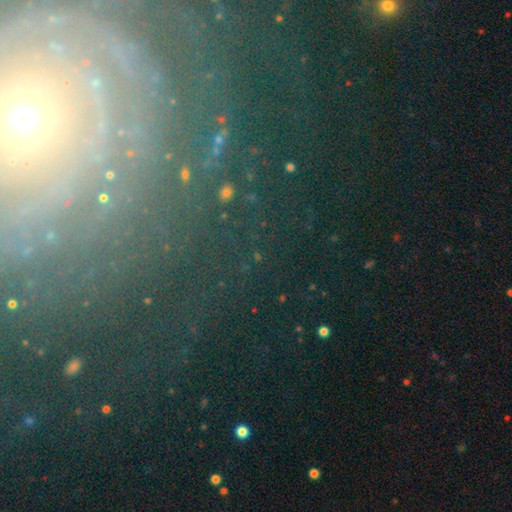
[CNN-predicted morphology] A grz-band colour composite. It shows a star or artifact, not a galaxy (54%).